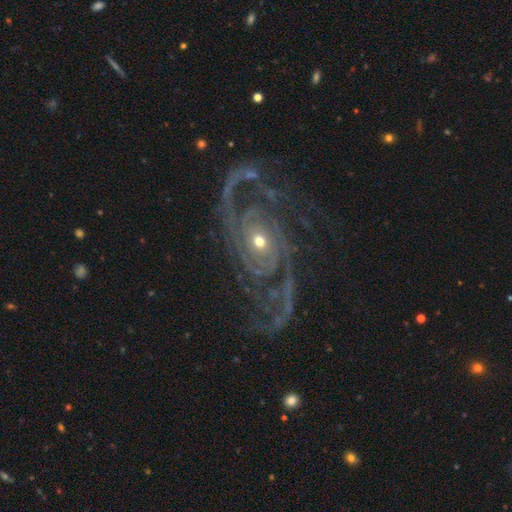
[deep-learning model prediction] Smooth or featured: featured or disk — 92% (star or artifact — 6%)
Edge-on disk: no — 97% (yes — 3%)
Bar: no — 73% (weak — 19%)
Spiral arms: yes — 98% (no — 2%)
Spiral winding: medium — 45% (tight — 33%)
Spiral arm count: 2 — 53% (3 — 16%)
Bulge size: small — 61% (moderate — 35%)
Merging: none — 64% (major disturbance — 18%)